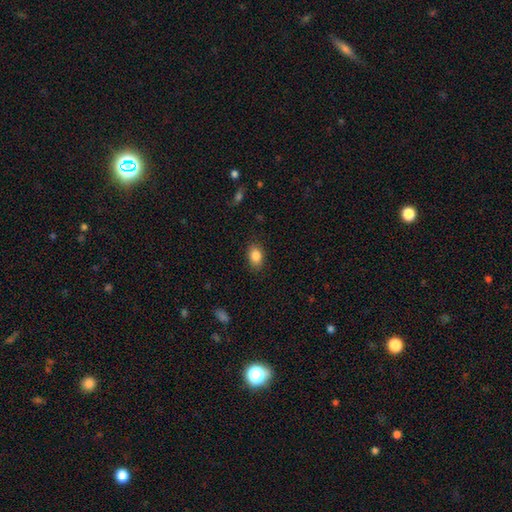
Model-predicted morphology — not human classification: Overall: smooth (86%). How rounded: in between (85%). Merging: none (87%).